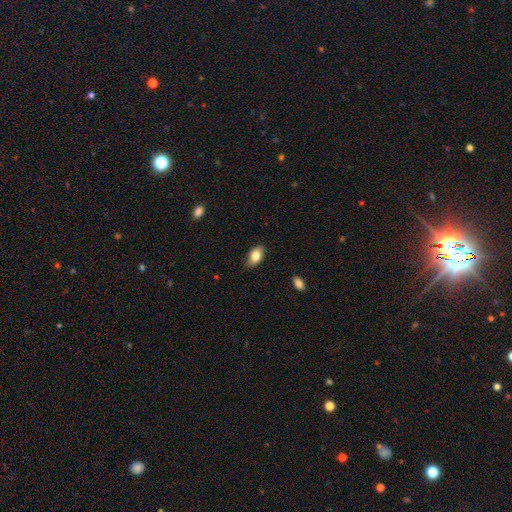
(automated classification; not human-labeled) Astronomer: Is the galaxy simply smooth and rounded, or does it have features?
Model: smooth — 79%.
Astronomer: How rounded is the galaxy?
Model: in between — 90%.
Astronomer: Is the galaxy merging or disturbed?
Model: none — 80%.